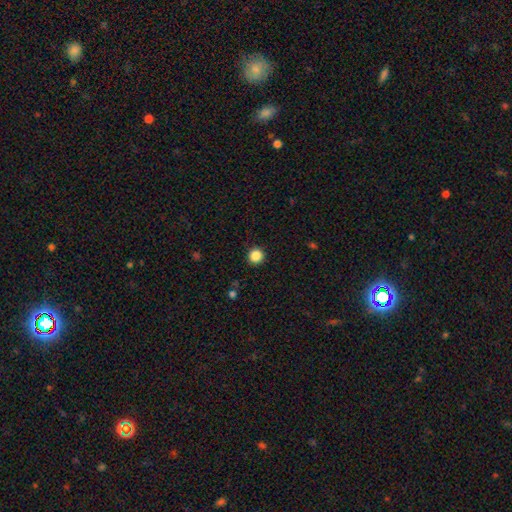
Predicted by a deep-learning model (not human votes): A smooth galaxy with no disk features (87%) that is round (93%).

Vote fractions:
- Smooth or featured? smooth: 87% / star or artifact: 11% / featured or disk: 3%
- How rounded? round: 93% / in between: 6% / cigar-shaped: 1%
- Merging? none: 92% / minor disturbance: 5% / major disturbance: 2% / merger: 1%